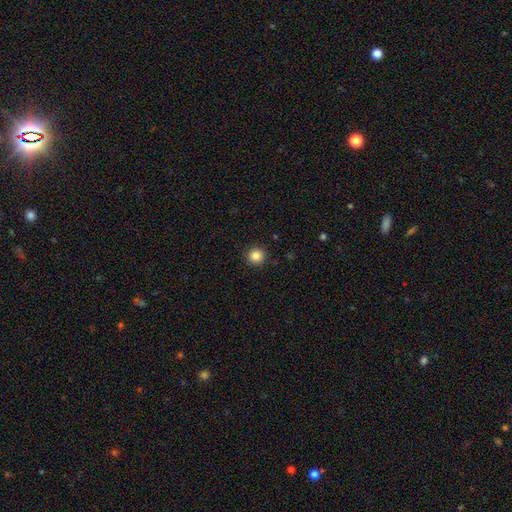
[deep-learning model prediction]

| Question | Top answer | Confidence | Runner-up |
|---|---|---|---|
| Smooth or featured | smooth | 85% | star or artifact (11%) |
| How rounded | round | 95% | in between (4%) |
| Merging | none | 92% | minor disturbance (5%) |